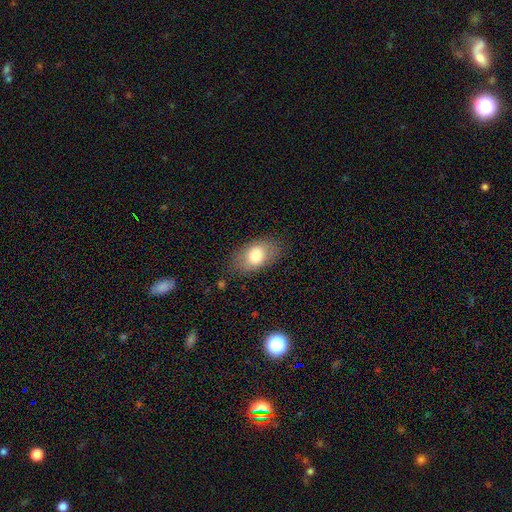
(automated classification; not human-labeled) smooth-or-featured: smooth: 78% | featured or disk: 14% | star or artifact: 7%
  how-rounded: in between: 90% | round: 9% | cigar-shaped: 2%
  merging: none: 79% | minor disturbance: 15% | major disturbance: 5% | merger: 1%